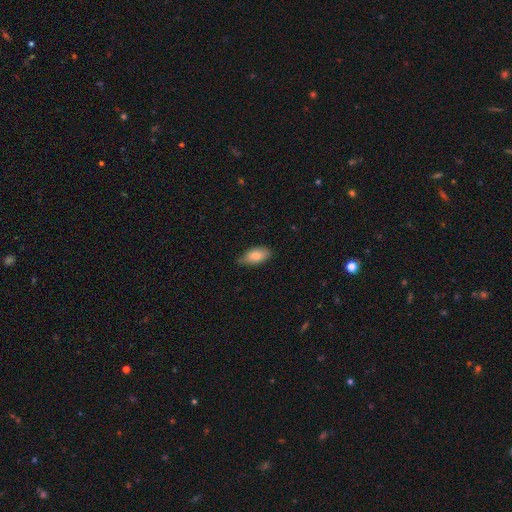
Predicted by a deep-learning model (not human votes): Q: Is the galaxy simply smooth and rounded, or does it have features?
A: smooth — 80%.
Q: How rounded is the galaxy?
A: in between — 92%.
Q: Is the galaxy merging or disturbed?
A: none — 71%.